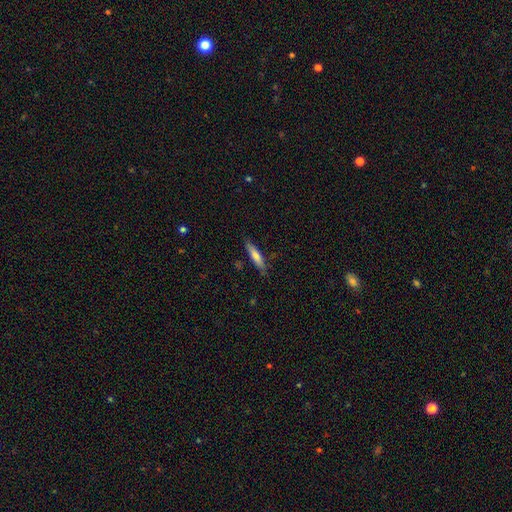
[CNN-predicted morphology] Smooth or featured?
  - smooth: 67% *
  - featured or disk: 27%
  - star or artifact: 6%
How rounded?
  - cigar-shaped: 83% *
  - in between: 15%
  - round: 1%
Merging?
  - none: 82% *
  - minor disturbance: 14%
  - major disturbance: 2%
  - merger: 2%